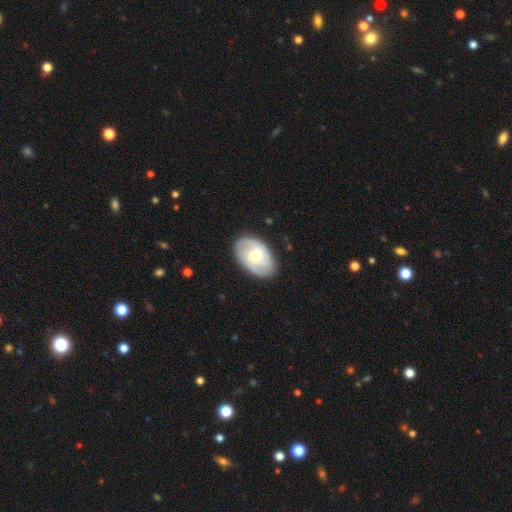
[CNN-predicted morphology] Smooth or featured? featured or disk (65%)
Edge-on disk? no (96%)
Bar? weak (45%)
Spiral arms? yes (85%)
Spiral winding? medium (42%)
Spiral arm count? 2 (56%)
Bulge size? moderate (69%)
Merging? none (81%)